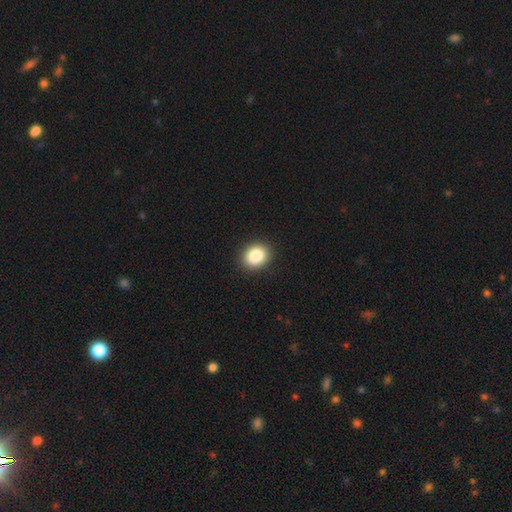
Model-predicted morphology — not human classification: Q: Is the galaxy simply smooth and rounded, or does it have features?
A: smooth — 86%.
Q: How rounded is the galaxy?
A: round — 58%.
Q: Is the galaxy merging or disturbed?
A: none — 91%.